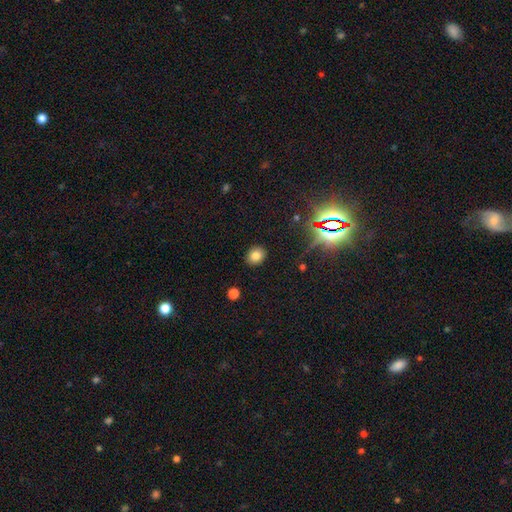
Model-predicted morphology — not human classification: Smooth or featured: smooth — 79% (star or artifact — 14%)
How rounded: round — 59% (in between — 40%)
Merging: none — 89% (minor disturbance — 7%)